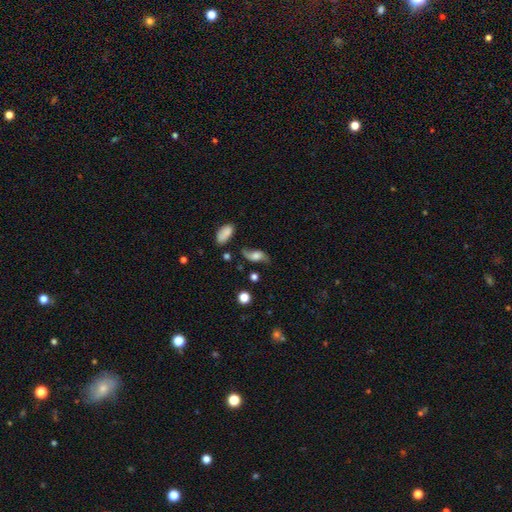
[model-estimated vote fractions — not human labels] The model was most divided on "bulge size": moderate: 37%, large: 30%, small: 17%, none: 10%, dominant: 6%. More confident: spiral arms — yes (91%); edge-on disk — no (90%); spiral arm count — 2 (90%); spiral winding — loose (80%); bar — no (67%); merging — none (64%); smooth or featured — featured or disk (64%).